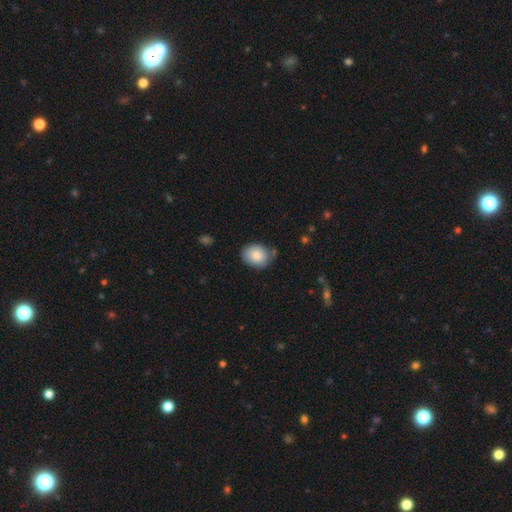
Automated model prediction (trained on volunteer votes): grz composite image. It shows a smooth galaxy with no disk features (84%) that is in between round and cigar-shaped (54%). Merging: none (72%).